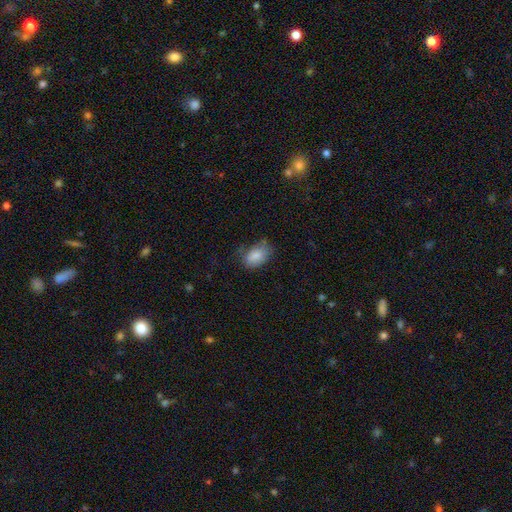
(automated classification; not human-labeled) The model was most divided on "merging": none: 63%, minor disturbance: 27%, major disturbance: 7%, merger: 3%. More confident: how rounded — in between (91%); smooth or featured — smooth (83%).